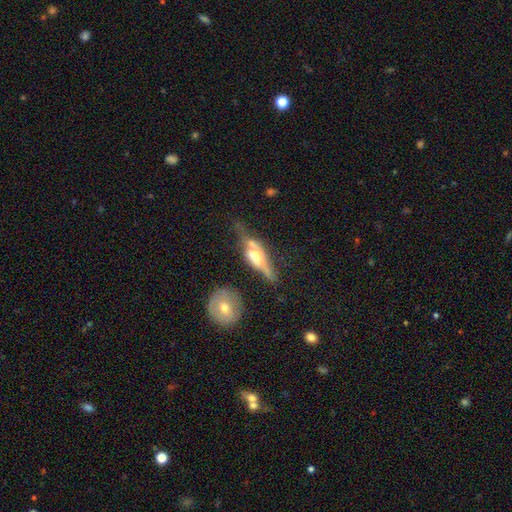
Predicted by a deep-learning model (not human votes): Smooth or featured?
  - featured or disk: 65% *
  - smooth: 27%
  - star or artifact: 8%
Edge-on disk?
  - yes: 81% *
  - no: 19%
Edge-on bulge?
  - rounded: 71% *
  - boxy: 23%
  - none: 5%
Merging?
  - none: 45% *
  - minor disturbance: 24%
  - major disturbance: 16%
  - merger: 16%